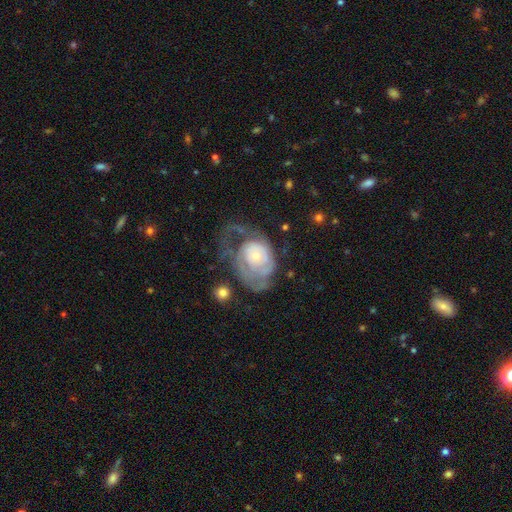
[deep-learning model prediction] smooth-or-featured: featured or disk: 75% | smooth: 19% | star or artifact: 6%
  disk-edge-on: no: 97% | yes: 3%
    bar: no: 82% | weak: 15% | strong: 3%
    has-spiral-arms: yes: 77% | no: 23%
      spiral-winding: tight: 54% | medium: 29% | loose: 17%
      spiral-arm-count: can't tell: 40% | 2: 27% | 1: 17% | 3: 9% | 4: 4% | more than 4: 3%
    bulge-size: small: 62% | moderate: 31% | large: 4% | none: 2% | dominant: 1%
  merging: major disturbance: 45% | none: 31% | minor disturbance: 20% | merger: 4%